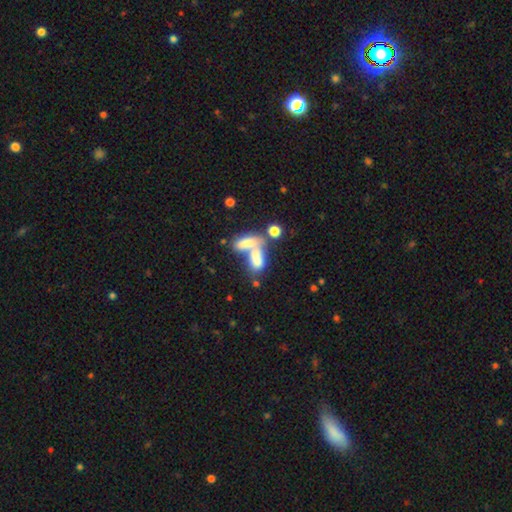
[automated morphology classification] Smooth or featured? Predicted: smooth (p=0.71). How rounded? Predicted: in between (p=0.78). Merging? Predicted: merger (p=0.67).